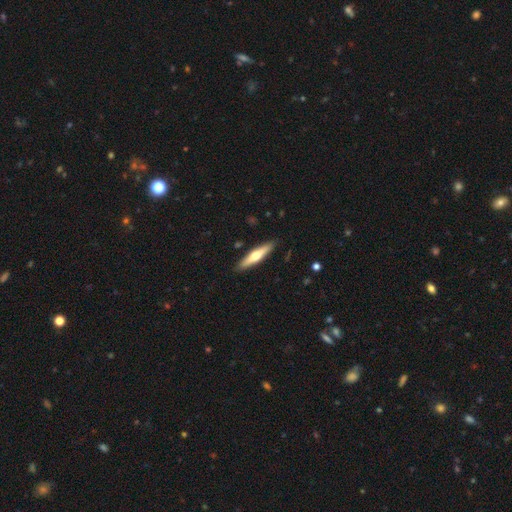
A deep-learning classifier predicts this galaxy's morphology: type=featured or disk (52%); edge-on=yes (93%); merging=none (90%).